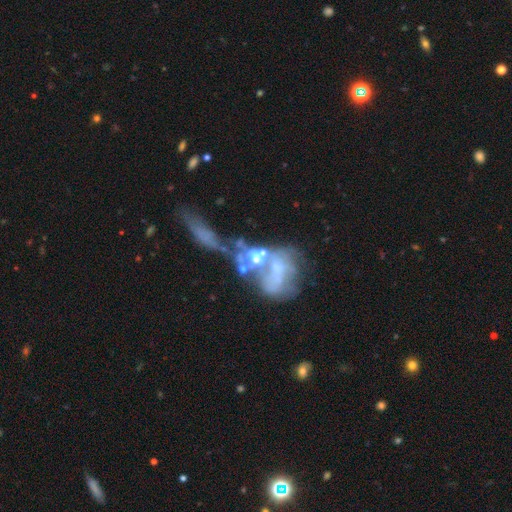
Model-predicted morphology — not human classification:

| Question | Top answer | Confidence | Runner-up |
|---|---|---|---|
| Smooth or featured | featured or disk | 59% | smooth (25%) |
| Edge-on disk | no | 95% | yes (5%) |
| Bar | no | 82% | weak (12%) |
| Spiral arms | no | 80% | yes (20%) |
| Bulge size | none | 41% | moderate (27%) |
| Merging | merger | 51% | major disturbance (26%) |